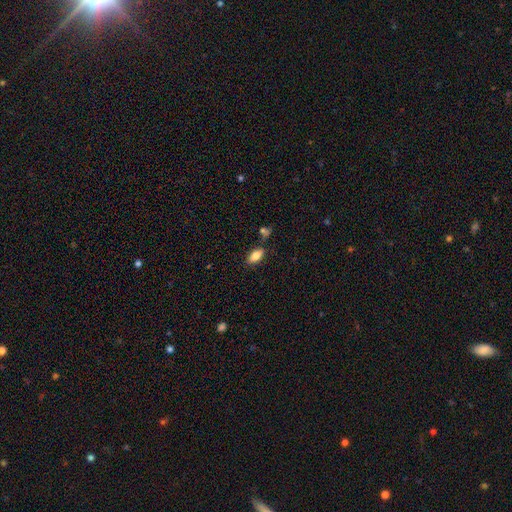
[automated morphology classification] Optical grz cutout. It shows a smooth galaxy with no disk features (83%) that is in between round and cigar-shaped (89%). Merging: none (78%).